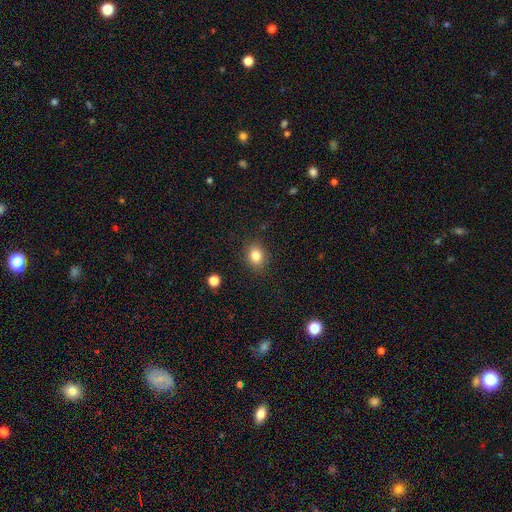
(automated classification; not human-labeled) smooth_or_featured: smooth (p=0.83) [alt: star or artifact p=0.11]
how_rounded: round (p=0.53) [alt: in between p=0.46]
merging: none (p=0.87) [alt: minor disturbance p=0.09]